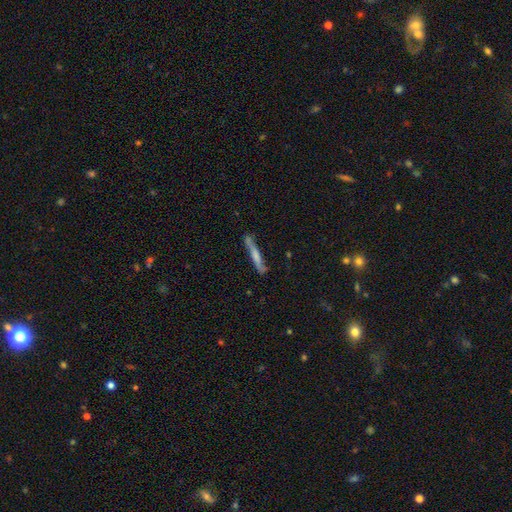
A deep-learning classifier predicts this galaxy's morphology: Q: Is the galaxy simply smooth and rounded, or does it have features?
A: smooth — 53%.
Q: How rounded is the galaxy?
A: cigar-shaped — 95%.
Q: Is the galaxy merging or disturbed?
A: none — 72%.